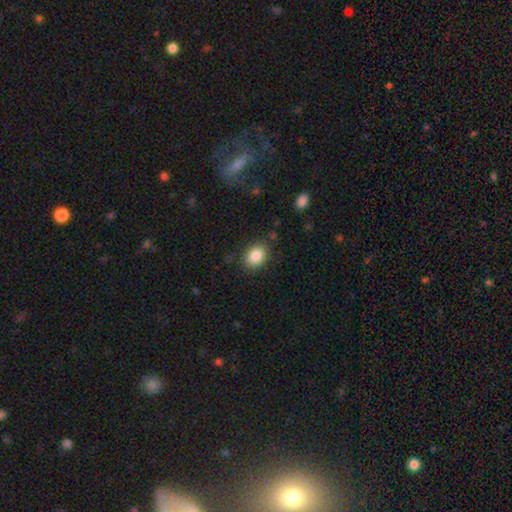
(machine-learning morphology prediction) A smooth galaxy with no disk features (86%) that is in between round and cigar-shaped (69%). Merging: none (84%).